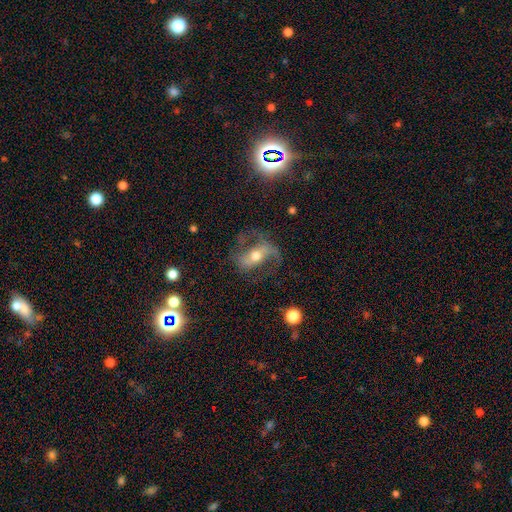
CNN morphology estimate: This is likely a featured or disk galaxy (77%). It is clearly not viewed edge-on (94%). Bar: marginally strong (41%). Spiral arm pattern: clearly yes (89%). Spiral arm count: clearly 2 (85%). Spiral winding: possibly loose (49%). Central bulge: likely moderate (65%). Merging: likely none (60%).